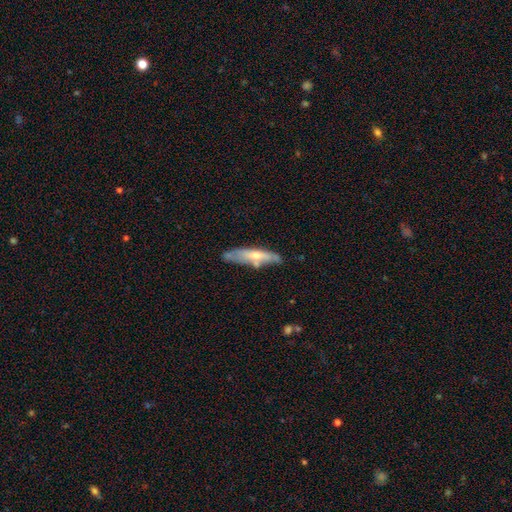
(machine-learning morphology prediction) Smooth or featured?
  - featured or disk: 49% *
  - smooth: 45%
  - star or artifact: 6%
Merging?
  - none: 64% *
  - minor disturbance: 23%
  - merger: 7%
  - major disturbance: 5%